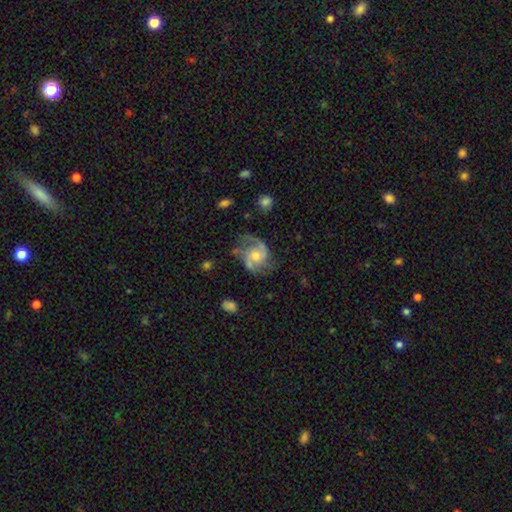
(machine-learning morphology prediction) This appears to be a featured or disk galaxy (79%) with no bar (66%), 2 (69%) medium (49%) spiral arms (93%) and a moderate central bulge (56%). Merging: none (54%).